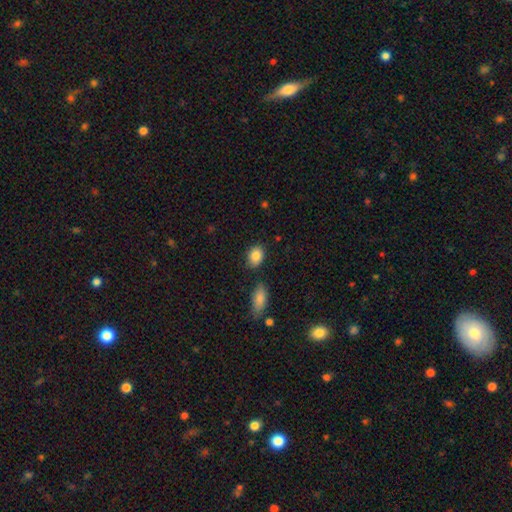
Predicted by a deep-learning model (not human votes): Q: Smooth or featured?
A: smooth (86%); runner-up: star or artifact (8%)
Q: How rounded?
A: in between (69%); runner-up: round (29%)
Q: Merging?
A: none (80%); runner-up: minor disturbance (13%)